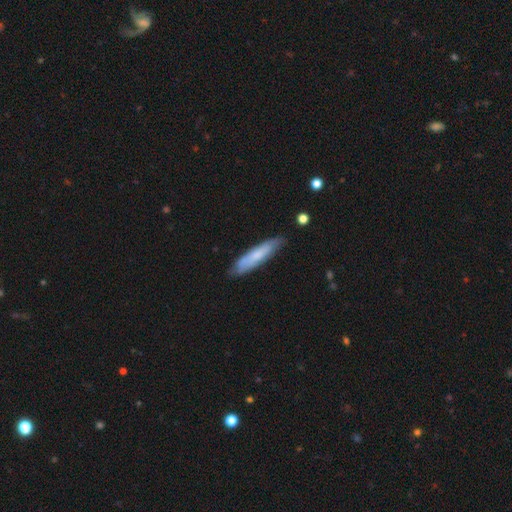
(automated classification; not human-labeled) Overall: smooth (62%; featured or disk 32%). How rounded: cigar-shaped (82%). Merging: none (80%).